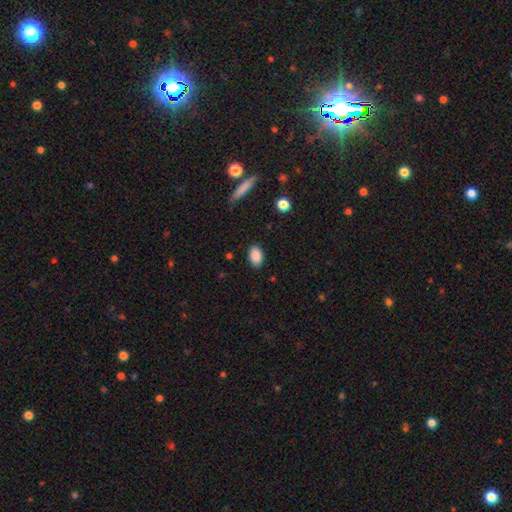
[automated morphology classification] This appears to be a smooth galaxy with no disk features (88%) that is in between round and cigar-shaped (85%). Merging: none (85%).